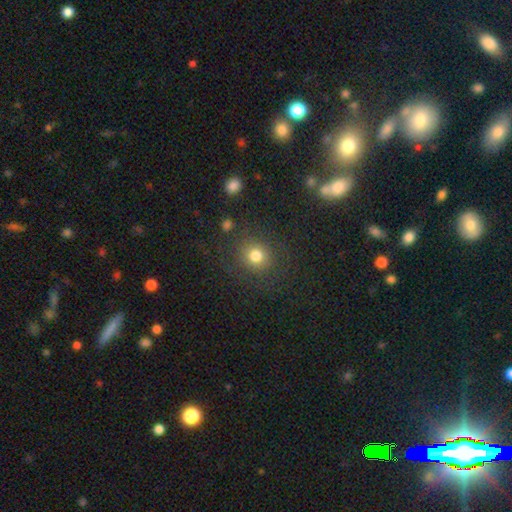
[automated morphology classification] Smooth or featured?
  - smooth: 76% *
  - star or artifact: 16%
  - featured or disk: 8%
How rounded?
  - round: 86% *
  - in between: 13%
  - cigar-shaped: 1%
Merging?
  - none: 83% *
  - minor disturbance: 10%
  - major disturbance: 5%
  - merger: 2%